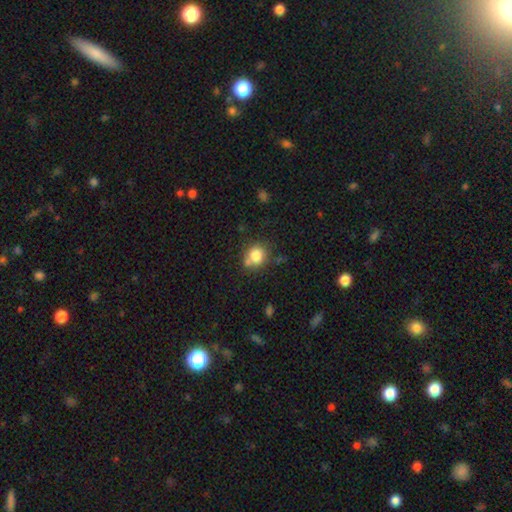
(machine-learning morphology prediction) smooth 80%, star or artifact 11%, featured or disk 9%. Down the decision tree: how rounded — round (77%); merging — none (62%).